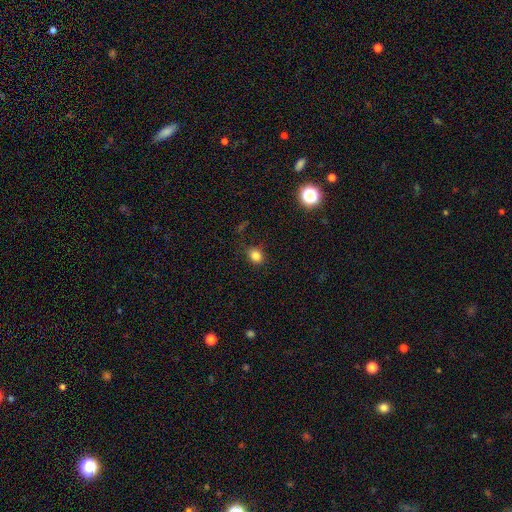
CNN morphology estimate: smooth 82%, star or artifact 13%, featured or disk 5%. Down the decision tree: how rounded — round (66%); merging — none (83%).